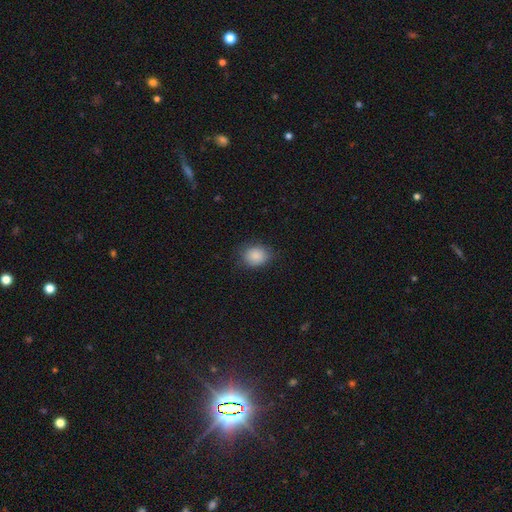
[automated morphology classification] smooth_or_featured: smooth (p=0.87) [alt: star or artifact p=0.08]
how_rounded: round (p=0.55) [alt: in between p=0.44]
merging: none (p=0.81) [alt: minor disturbance p=0.15]